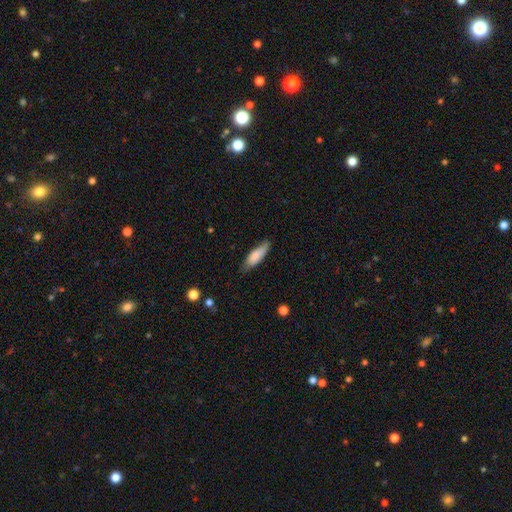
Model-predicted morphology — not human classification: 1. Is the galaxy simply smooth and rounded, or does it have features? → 81% smooth, 13% featured or disk, 6% star or artifact.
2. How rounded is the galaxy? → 50% in between, 48% cigar-shaped, 2% round.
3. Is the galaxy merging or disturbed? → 68% none, 26% minor disturbance, 5% major disturbance, 2% merger.